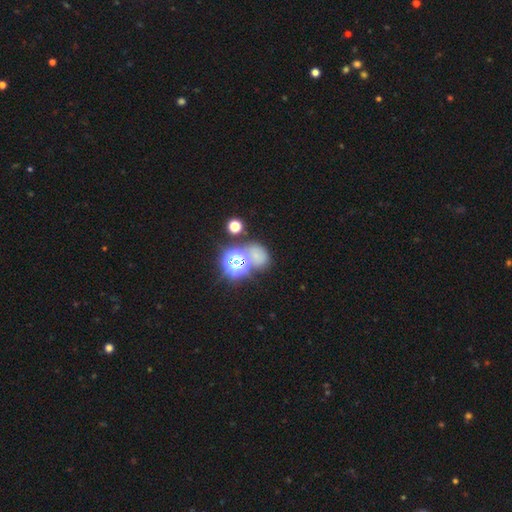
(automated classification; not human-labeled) This is possibly a smooth galaxy (49%). Merging: possibly none (49%).